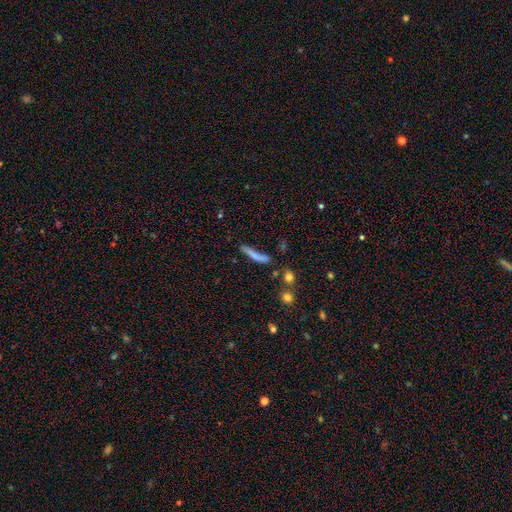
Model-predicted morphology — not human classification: smooth 67%, featured or disk 24%, star or artifact 9%. Down the decision tree: how rounded — cigar-shaped (87%); merging — none (47%).